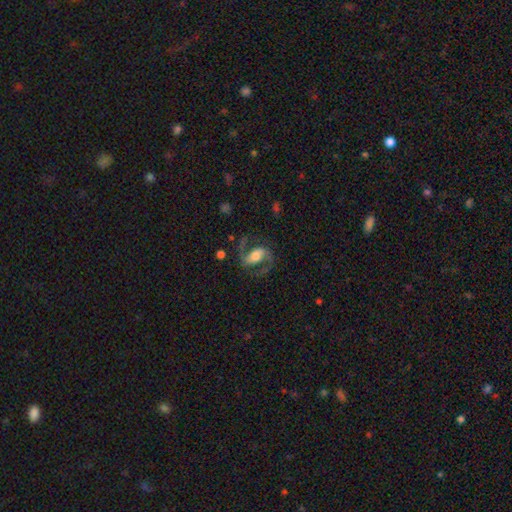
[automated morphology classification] smooth-or-featured: featured or disk: 86% | smooth: 9% | star or artifact: 6%
  disk-edge-on: no: 97% | yes: 3%
    bar: strong: 43% | weak: 37% | no: 20%
    has-spiral-arms: yes: 96% | no: 4%
      spiral-winding: medium: 59% | loose: 29% | tight: 12%
      spiral-arm-count: 2: 93% | 1: 2% | can't tell: 2% | 3: 1% | 4: 1% | more than 4: 1%
    bulge-size: moderate: 55% | small: 20% | large: 20% | none: 3% | dominant: 2%
  merging: none: 76% | minor disturbance: 13% | major disturbance: 10% | merger: 2%